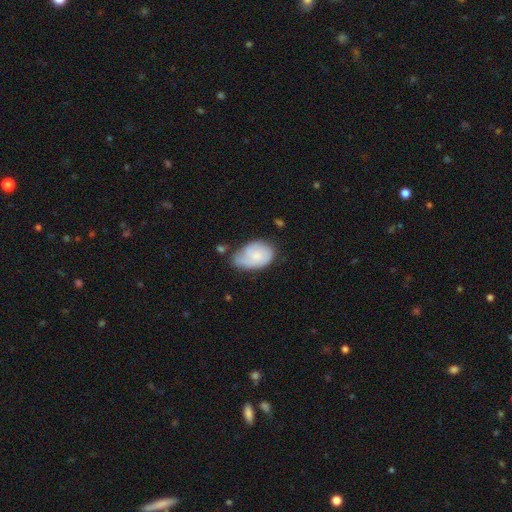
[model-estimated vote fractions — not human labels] Smooth or featured? smooth (58%)
How rounded? in between (87%)
Merging? minor disturbance (40%, tied with none)